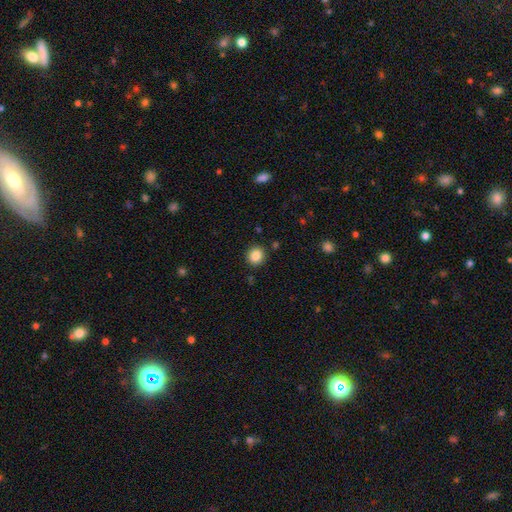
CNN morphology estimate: The model was most divided on "smooth or featured": smooth: 86%, star or artifact: 10%, featured or disk: 5%. More confident: merging — none (90%); how rounded — round (90%).